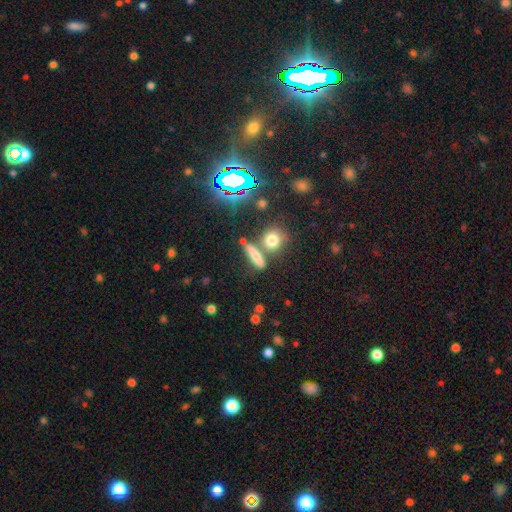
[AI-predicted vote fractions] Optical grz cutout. It shows a smooth galaxy with no disk features (64%) that is cigar-shaped (59%). Merging: none (65%).